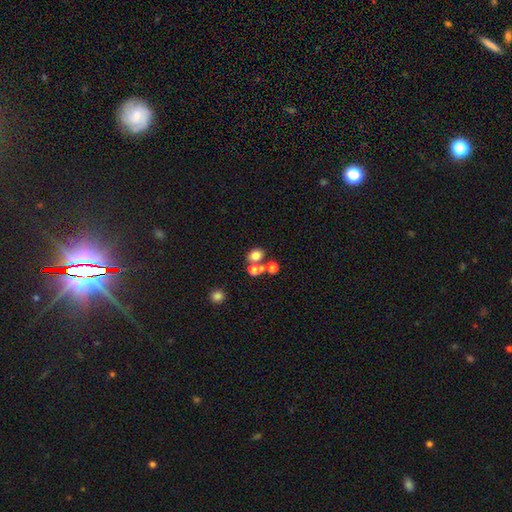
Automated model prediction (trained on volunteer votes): A smooth galaxy with no disk features (76%) that is round (52%).

Vote fractions:
- Smooth or featured? smooth: 76% / star or artifact: 13% / featured or disk: 10%
- How rounded? round: 52% / in between: 47% / cigar-shaped: 1%
- Merging? none: 48% / merger: 38% / minor disturbance: 9% / major disturbance: 5%